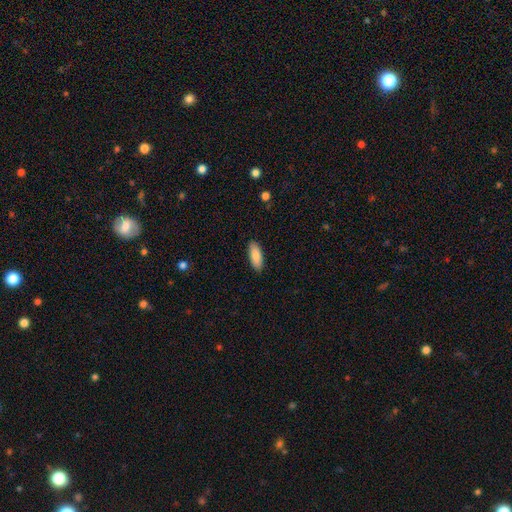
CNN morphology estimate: A smooth galaxy with no disk features (88%) that is in between round and cigar-shaped (76%).

Vote fractions:
- Smooth or featured? smooth: 88% / featured or disk: 7% / star or artifact: 6%
- How rounded? in between: 76% / cigar-shaped: 22% / round: 2%
- Merging? none: 89% / minor disturbance: 8% / major disturbance: 2% / merger: 1%